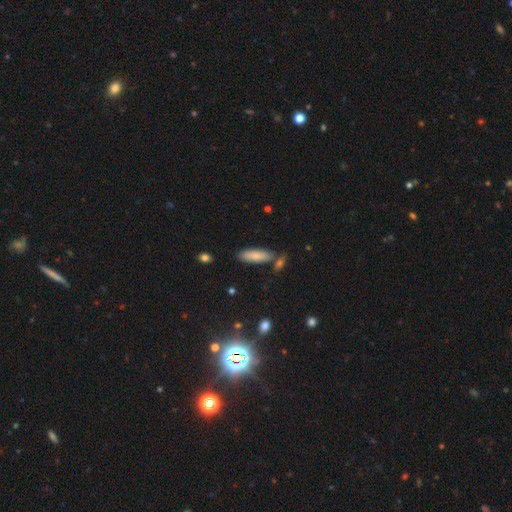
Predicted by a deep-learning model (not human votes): smooth-or-featured: smooth: 80% | featured or disk: 14% | star or artifact: 6%
  how-rounded: in between: 50% | cigar-shaped: 48% | round: 2%
  merging: none: 74% | minor disturbance: 14% | merger: 9% | major disturbance: 3%